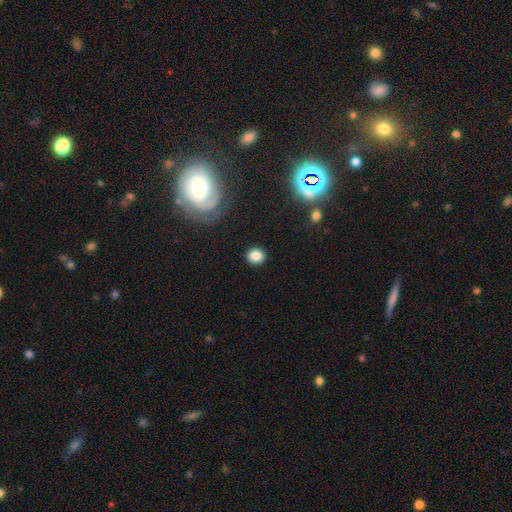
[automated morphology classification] Smooth or featured? Predicted: smooth (p=0.83). How rounded? Predicted: round (p=0.84). Merging? Predicted: none (p=0.89).